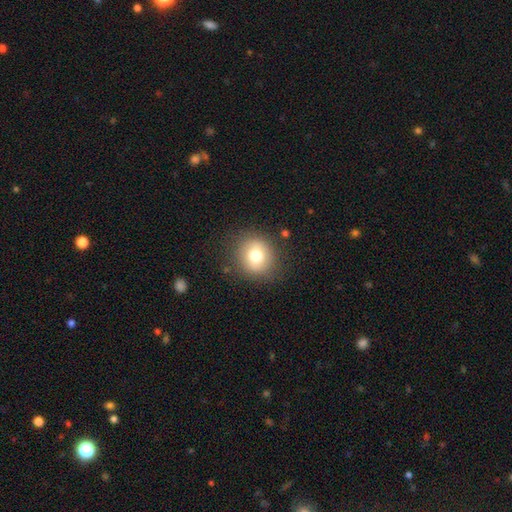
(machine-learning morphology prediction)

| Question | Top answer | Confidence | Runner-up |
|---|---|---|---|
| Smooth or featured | smooth | 73% | featured or disk (16%) |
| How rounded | round | 88% | in between (11%) |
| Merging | none | 84% | minor disturbance (10%) |